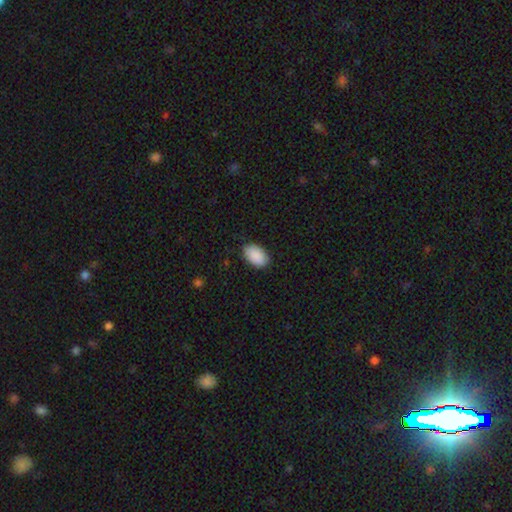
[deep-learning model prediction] This is clearly a smooth galaxy (91%). How rounded: clearly in between (92%). Merging: clearly none (84%).